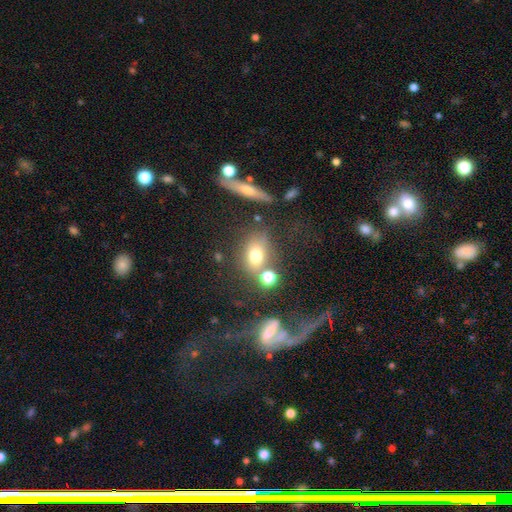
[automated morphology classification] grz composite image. It shows a smooth galaxy with no disk features (67%) that is in between round and cigar-shaped (56%). Merging: none (56%).